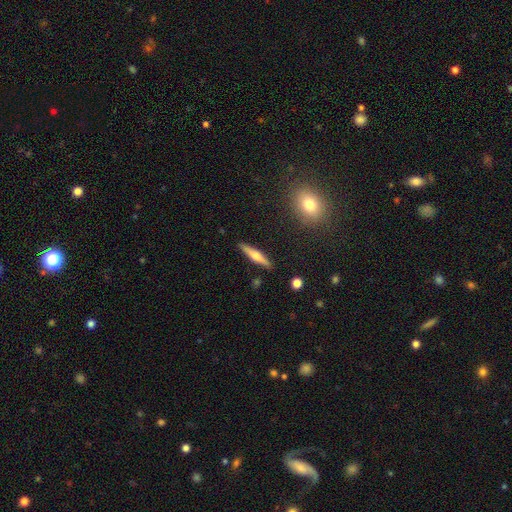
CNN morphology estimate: Q: Smooth or featured?
A: featured or disk (50%); runner-up: smooth (43%)
Q: Edge-on disk?
A: yes (96%); runner-up: no (4%)
Q: Merging?
A: none (89%); runner-up: minor disturbance (7%)